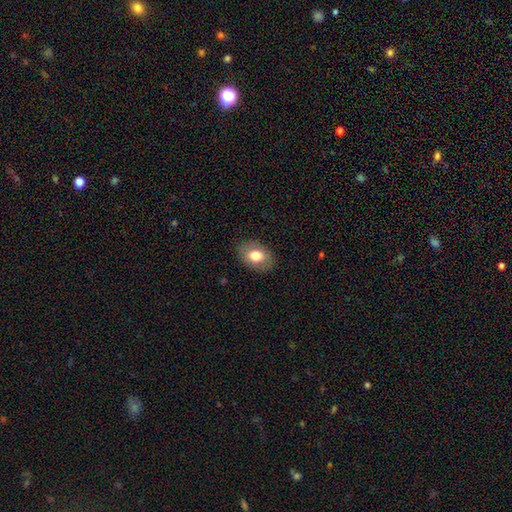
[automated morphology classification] This is likely a smooth galaxy (75%). How rounded: clearly in between (80%). Merging: clearly none (85%).